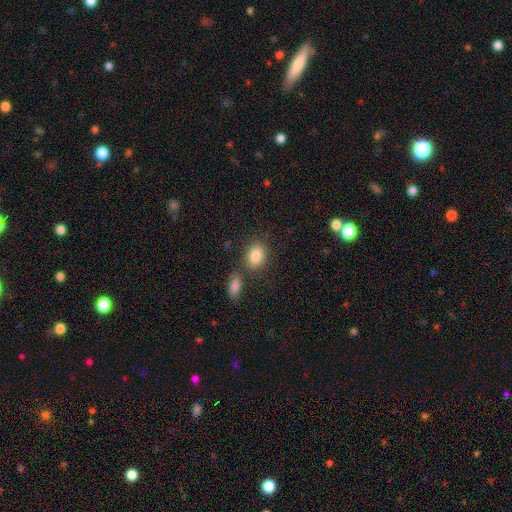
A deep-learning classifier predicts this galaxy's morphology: Smooth or featured? Predicted: smooth (p=0.84). How rounded? Predicted: in between (p=0.71). Merging? Predicted: none (p=0.70).